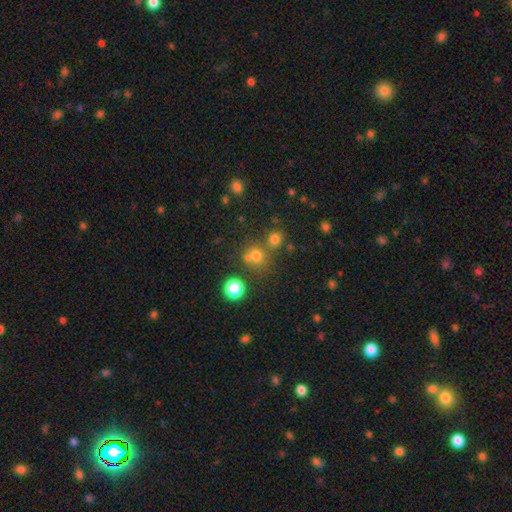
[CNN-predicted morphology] Q: Smooth or featured?
A: smooth (69%); runner-up: star or artifact (22%)
Q: How rounded?
A: round (87%); runner-up: in between (12%)
Q: Merging?
A: none (63%); runner-up: merger (24%)